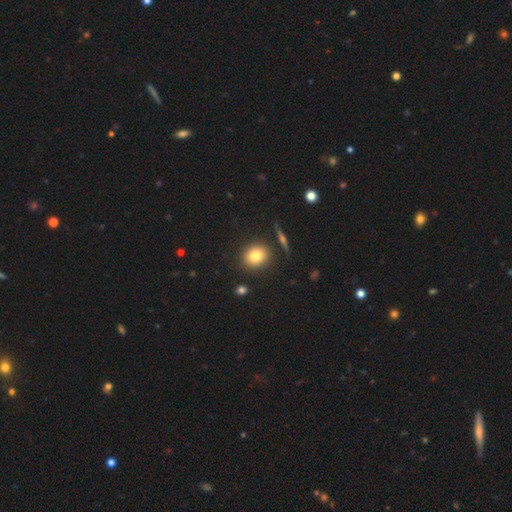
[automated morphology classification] Smooth or featured? smooth (80%)
How rounded? round (72%)
Merging? none (86%)